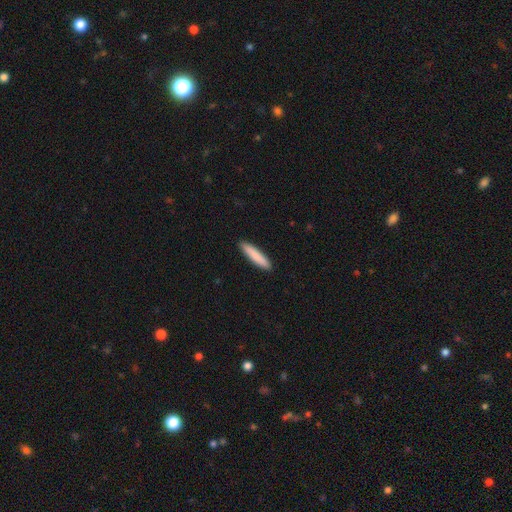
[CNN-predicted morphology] Smooth or featured?
  - smooth: 86% *
  - featured or disk: 9%
  - star or artifact: 5%
How rounded?
  - cigar-shaped: 88% *
  - in between: 11%
  - round: 1%
Merging?
  - none: 92% *
  - minor disturbance: 6%
  - major disturbance: 1%
  - merger: 1%